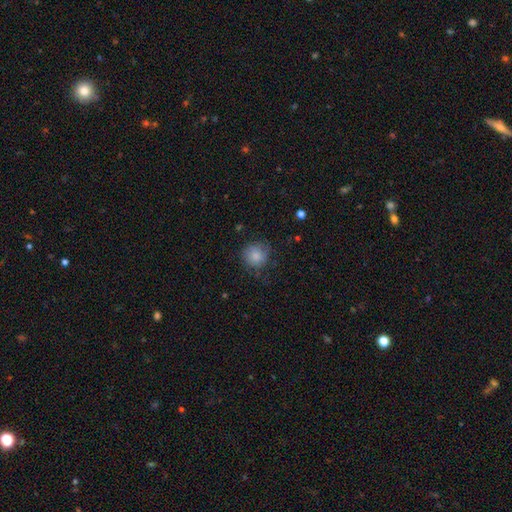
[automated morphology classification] This appears to be a smooth galaxy with no disk features (82%) that is round (88%). Merging: none (67%).